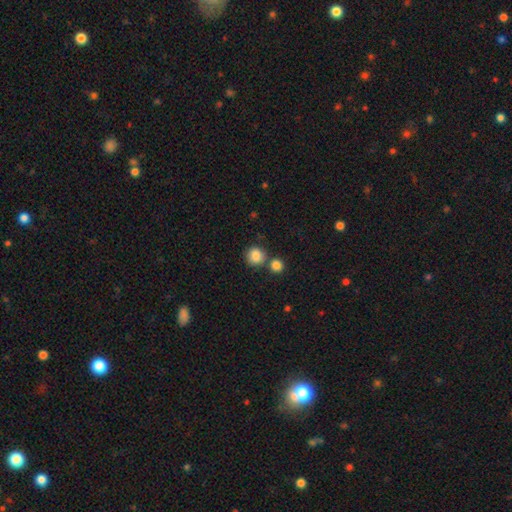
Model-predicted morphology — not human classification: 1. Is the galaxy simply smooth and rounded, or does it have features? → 86% smooth, 9% star or artifact, 5% featured or disk.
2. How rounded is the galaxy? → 89% round, 10% in between, 1% cigar-shaped.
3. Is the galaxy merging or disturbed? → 68% none, 21% merger, 9% minor disturbance, 3% major disturbance.